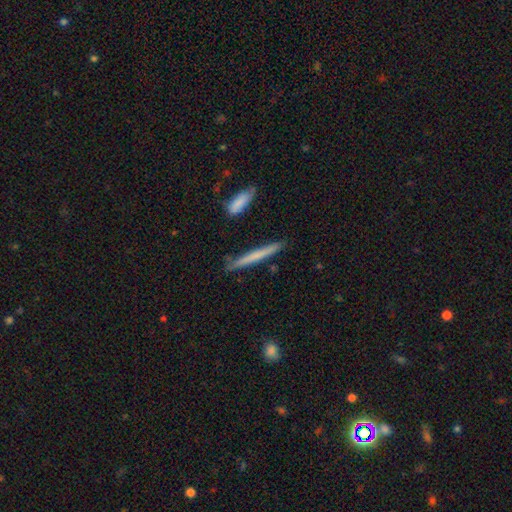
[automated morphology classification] A smooth galaxy with no disk features (61%) that is cigar-shaped (96%). Merging: none (87%).